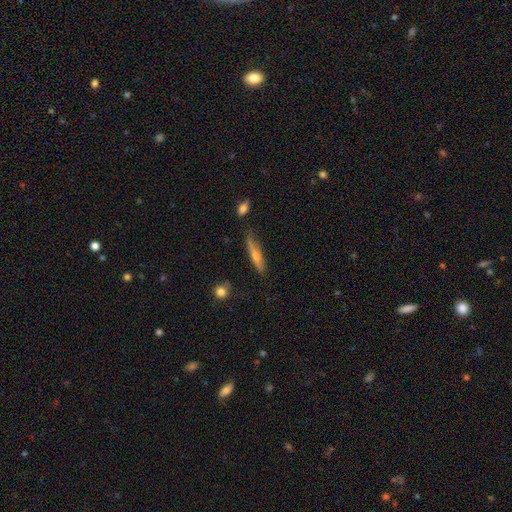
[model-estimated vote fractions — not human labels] Smooth or featured?
  - smooth: 46% * (tied)
  - featured or disk: 46% * (tied)
  - star or artifact: 8%
Merging?
  - none: 76% *
  - minor disturbance: 18%
  - major disturbance: 4%
  - merger: 3%